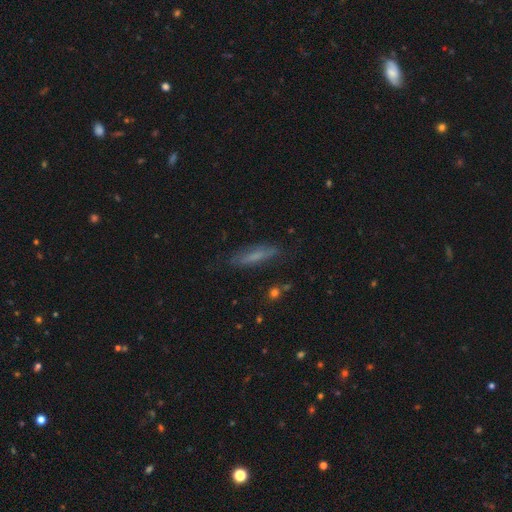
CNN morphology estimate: A smooth galaxy with no disk features (56%) that is cigar-shaped (81%). Merging: none (78%).